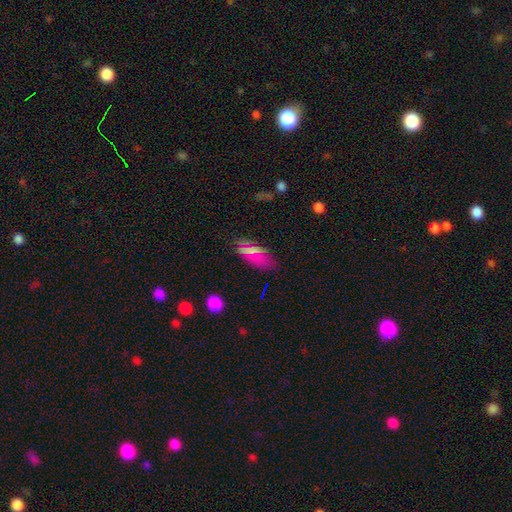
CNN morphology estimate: Smooth or featured: smooth — 68% (star or artifact — 21%)
How rounded: in between — 89% (cigar-shaped — 7%)
Merging: none — 79% (minor disturbance — 15%)